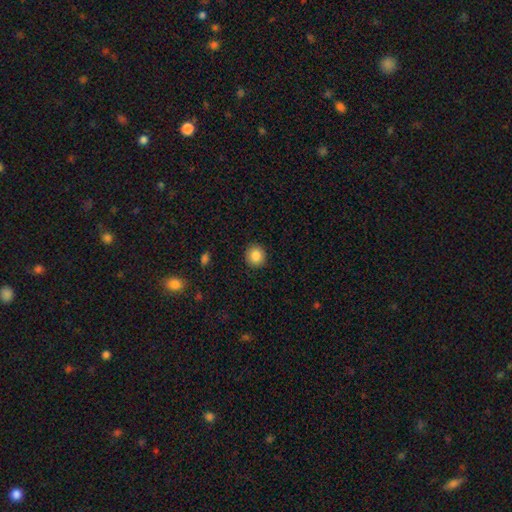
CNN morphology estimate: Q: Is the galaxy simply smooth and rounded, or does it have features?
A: smooth — 85%.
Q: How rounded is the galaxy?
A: round — 90%.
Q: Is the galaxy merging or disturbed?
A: none — 91%.